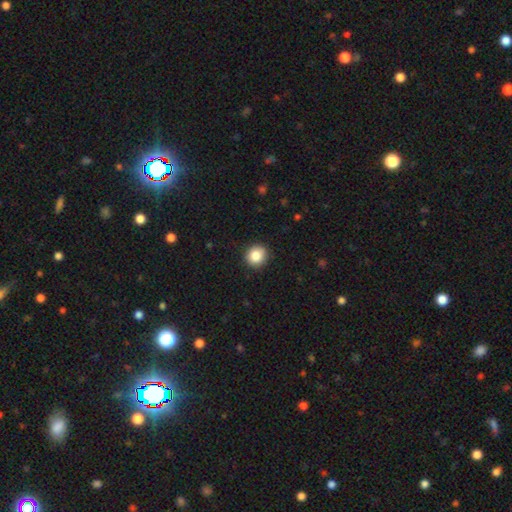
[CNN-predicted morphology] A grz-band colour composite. It shows a smooth galaxy with no disk features (86%) that is round (88%). Merging: none (90%).